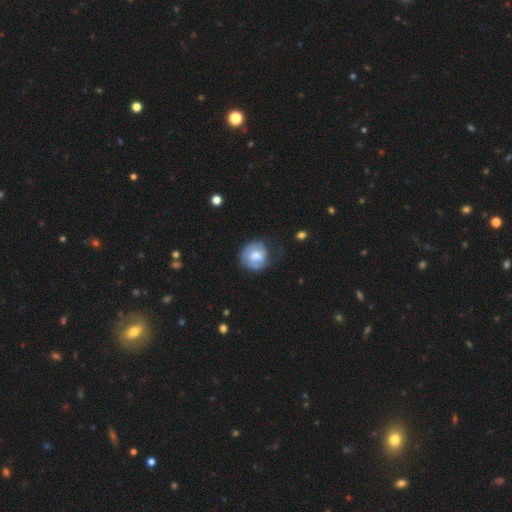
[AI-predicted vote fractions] Smooth or featured? smooth (49%)
Merging? none (49%)